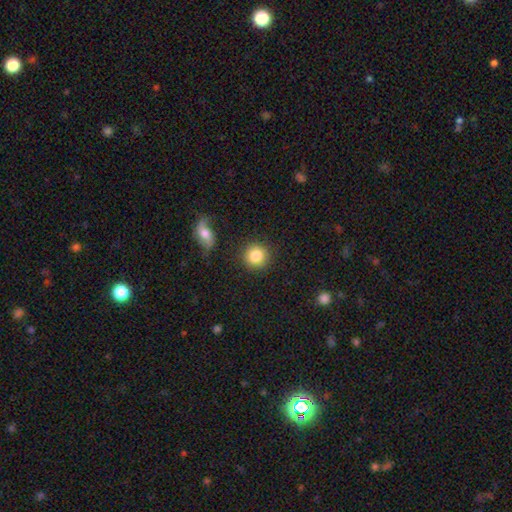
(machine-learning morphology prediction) smooth_or_featured: smooth (p=0.84) [alt: star or artifact p=0.09]
how_rounded: round (p=0.91) [alt: in between p=0.08]
merging: none (p=0.86) [alt: minor disturbance p=0.08]